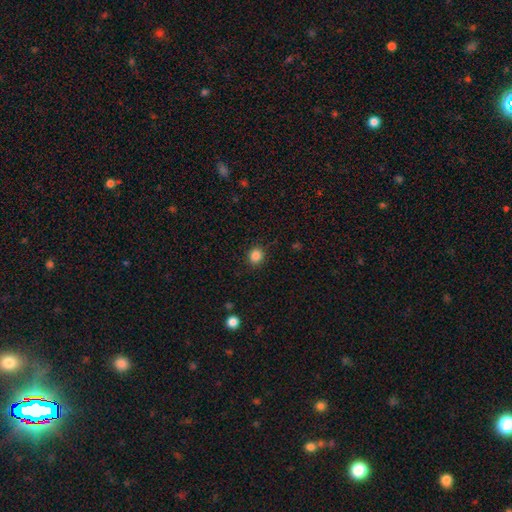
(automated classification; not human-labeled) Smooth or featured: smooth — 85% (star or artifact — 11%)
How rounded: round — 84% (in between — 15%)
Merging: none — 89% (minor disturbance — 8%)